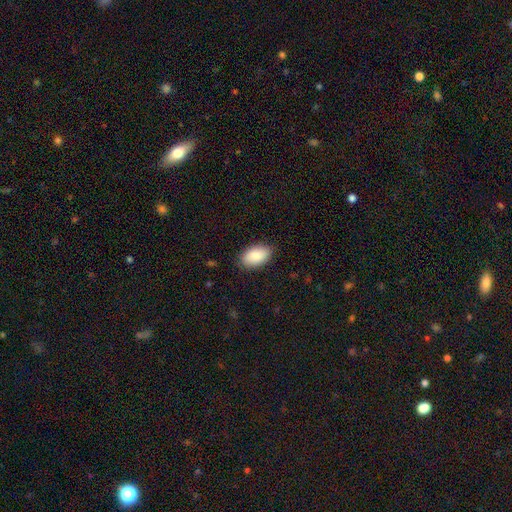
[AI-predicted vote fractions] smooth_or_featured: smooth (p=0.88) [alt: featured or disk p=0.06]
how_rounded: in between (p=0.94) [alt: round p=0.05]
merging: none (p=0.85) [alt: minor disturbance p=0.12]